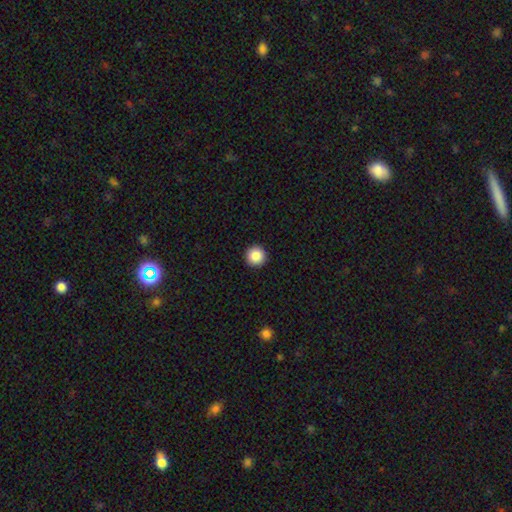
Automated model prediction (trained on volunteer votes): Smooth or featured? smooth (87%)
How rounded? round (96%)
Merging? none (94%)